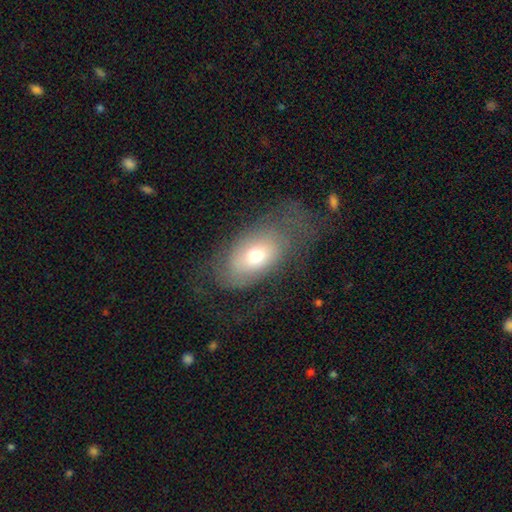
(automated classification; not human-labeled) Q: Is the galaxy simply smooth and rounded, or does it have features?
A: smooth — 54%.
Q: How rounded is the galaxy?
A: in between — 90%.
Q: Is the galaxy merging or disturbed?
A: none — 54%.